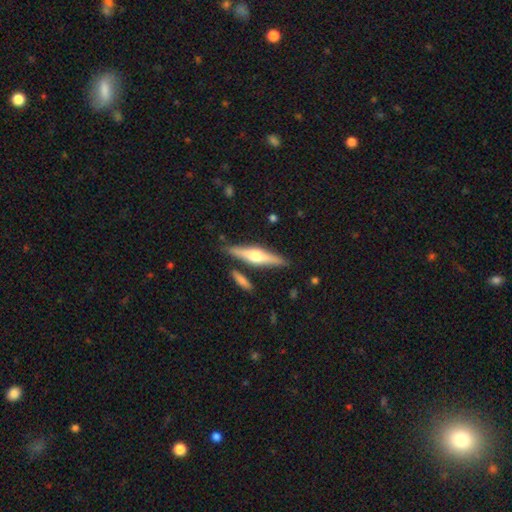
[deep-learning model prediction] This is likely a featured or disk galaxy (63%). It is clearly viewed edge-on (96%). Edge-on bulge: clearly rounded (93%). Merging: clearly none (83%).